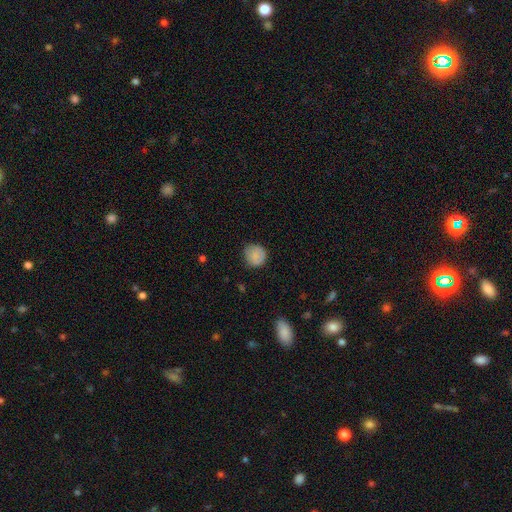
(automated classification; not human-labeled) Smooth or featured? Predicted: smooth (p=0.81). How rounded? Predicted: round (p=0.88). Merging? Predicted: none (p=0.75).